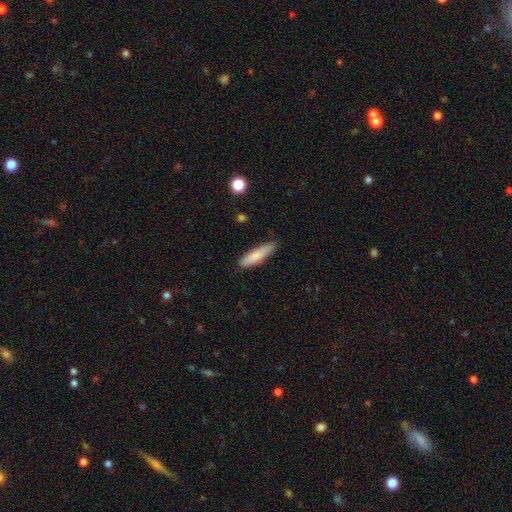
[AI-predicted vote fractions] Smooth or featured? Predicted: smooth (p=0.81). How rounded? Predicted: cigar-shaped (p=0.76). Merging? Predicted: none (p=0.84).